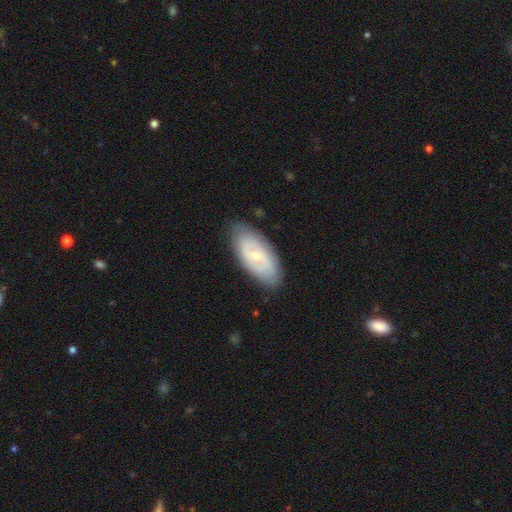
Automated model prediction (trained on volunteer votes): Q: Smooth or featured?
A: featured or disk (66%); runner-up: smooth (28%)
Q: Edge-on disk?
A: no (93%); runner-up: yes (7%)
Q: Bar?
A: weak (52%); runner-up: no (32%)
Q: Spiral arms?
A: yes (81%); runner-up: no (19%)
Q: Bulge size?
A: small (66%); runner-up: moderate (29%)
Q: Merging?
A: none (81%); runner-up: minor disturbance (14%)